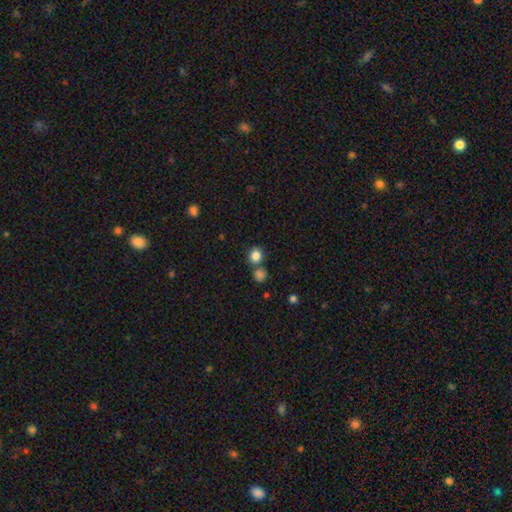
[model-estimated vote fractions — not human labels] A smooth galaxy with no disk features (84%) that is round (84%). Merging: none (69%).